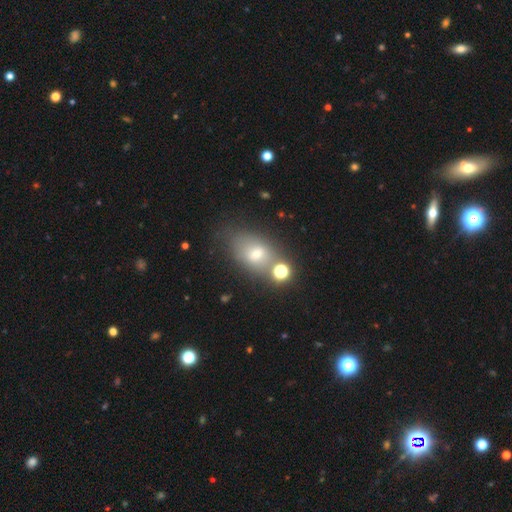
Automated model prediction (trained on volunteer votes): Smooth or featured?
  - smooth: 63% *
  - featured or disk: 20%
  - star or artifact: 17%
How rounded?
  - in between: 76% *
  - round: 21%
  - cigar-shaped: 3%
Merging?
  - none: 57% *
  - minor disturbance: 18%
  - merger: 17%
  - major disturbance: 8%